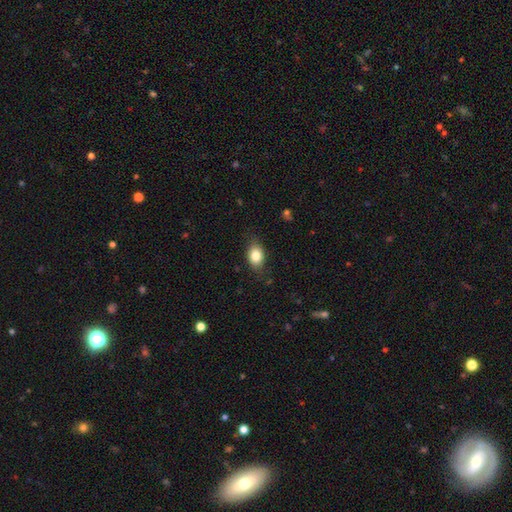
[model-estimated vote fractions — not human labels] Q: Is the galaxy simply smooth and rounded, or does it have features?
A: smooth — 82%.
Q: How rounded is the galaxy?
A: in between — 78%.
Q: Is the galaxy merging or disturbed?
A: none — 79%.